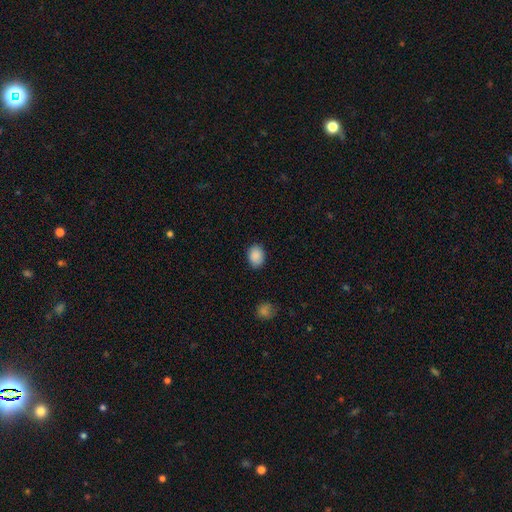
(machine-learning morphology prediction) Smooth or featured?
  - smooth: 89% *
  - star or artifact: 8%
  - featured or disk: 4%
How rounded?
  - in between: 62% *
  - round: 37%
  - cigar-shaped: 1%
Merging?
  - none: 84% *
  - minor disturbance: 12%
  - major disturbance: 3%
  - merger: 1%